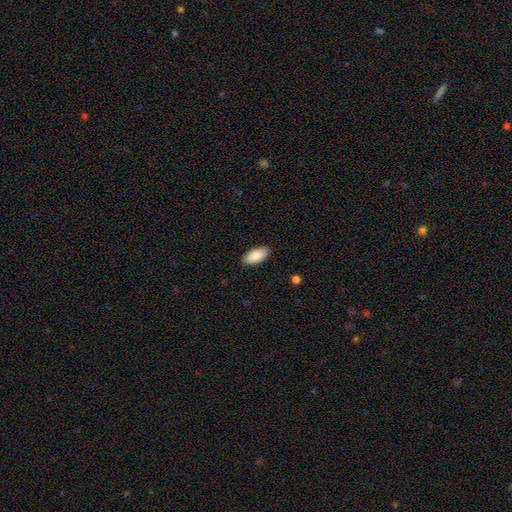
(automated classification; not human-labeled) This is clearly a smooth galaxy (89%). How rounded: clearly in between (92%). Merging: clearly none (88%).